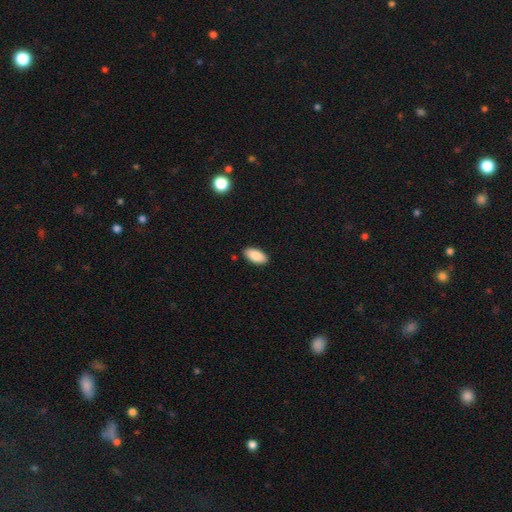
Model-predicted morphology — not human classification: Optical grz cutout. It shows a smooth galaxy with no disk features (89%) that is in between round and cigar-shaped (92%). Merging: none (88%).